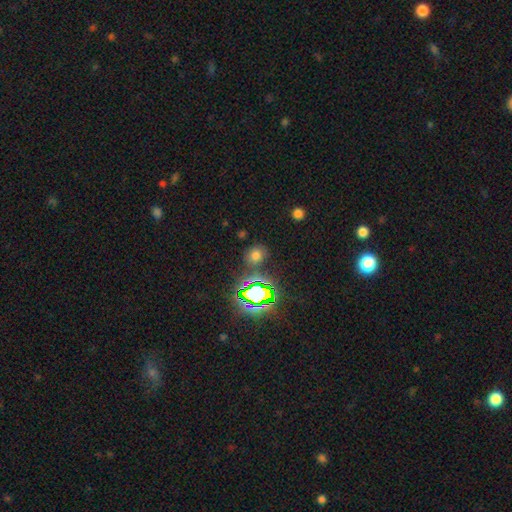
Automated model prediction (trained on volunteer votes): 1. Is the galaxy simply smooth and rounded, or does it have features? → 62% smooth, 31% star or artifact, 7% featured or disk.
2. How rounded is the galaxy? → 71% round, 28% in between, 1% cigar-shaped.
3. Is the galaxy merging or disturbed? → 79% none, 12% minor disturbance, 6% merger, 4% major disturbance.